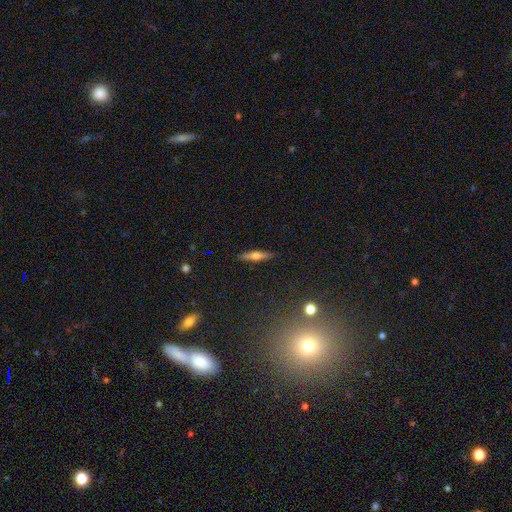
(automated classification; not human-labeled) Morphology: type=smooth (48%); merging=none (89%).